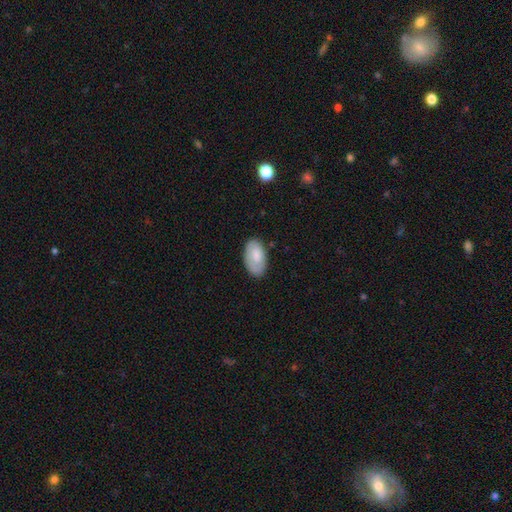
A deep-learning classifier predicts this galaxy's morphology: This appears to be a smooth galaxy with no disk features (78%) that is in between round and cigar-shaped (95%). Merging: none (76%).